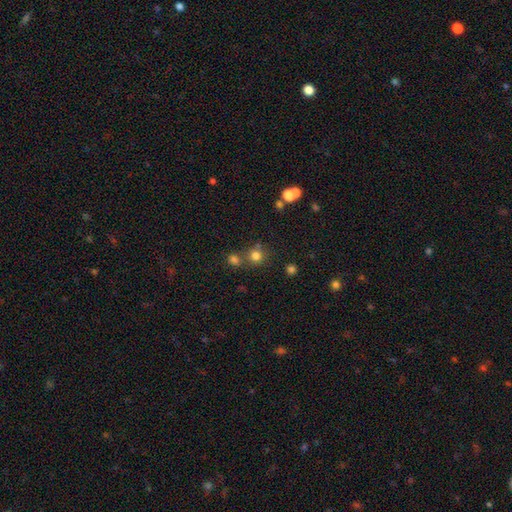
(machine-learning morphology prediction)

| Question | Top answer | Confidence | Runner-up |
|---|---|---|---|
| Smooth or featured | smooth | 76% | star or artifact (17%) |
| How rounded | round | 89% | in between (10%) |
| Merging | none | 63% | merger (25%) |